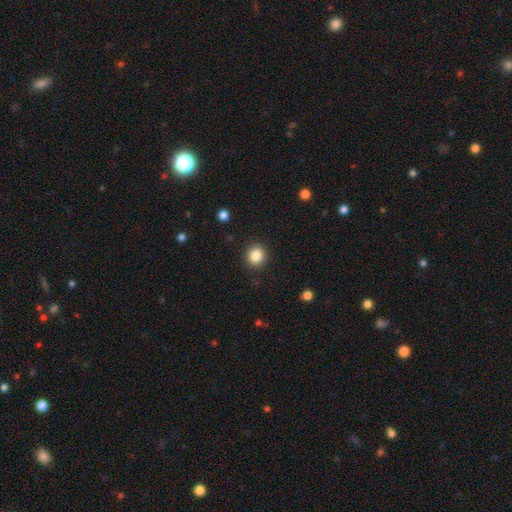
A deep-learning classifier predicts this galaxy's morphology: smooth_or_featured: smooth (p=0.85) [alt: star or artifact p=0.10]
how_rounded: round (p=0.86) [alt: in between p=0.13]
merging: none (p=0.90) [alt: minor disturbance p=0.06]